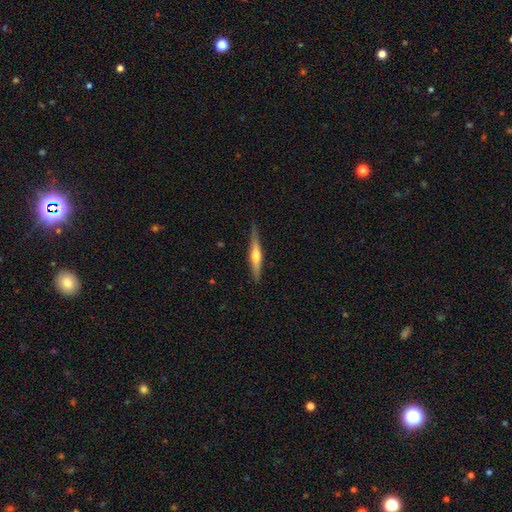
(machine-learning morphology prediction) Smooth or featured? Predicted: featured or disk (p=0.57). Edge-on disk? Predicted: yes (p=0.96). Edge-on bulge? Predicted: rounded (p=0.85). Merging? Predicted: none (p=0.82).